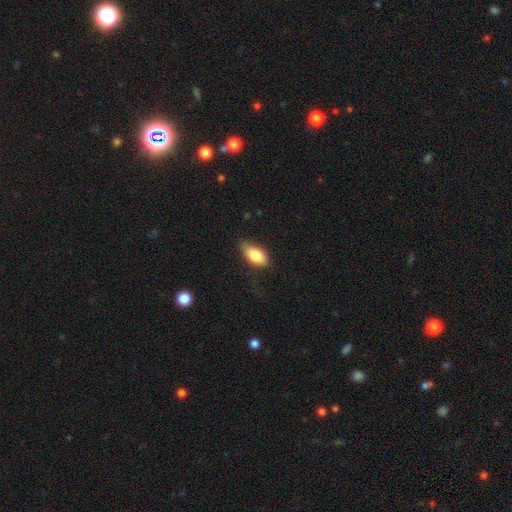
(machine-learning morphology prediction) Smooth or featured? smooth (80%)
How rounded? in between (90%)
Merging? none (67%)